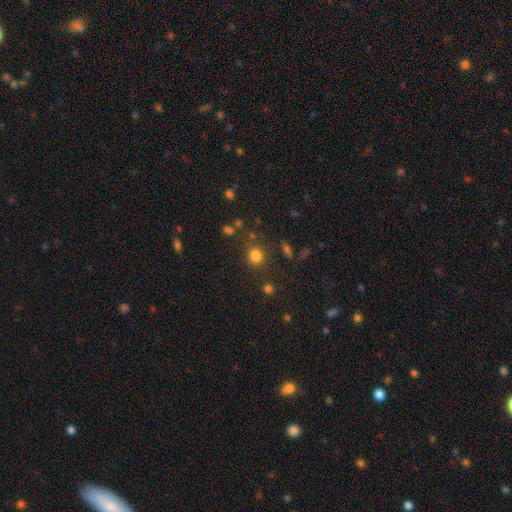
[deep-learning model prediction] smooth 79%, star or artifact 15%, featured or disk 6%. Down the decision tree: how rounded — round (83%); merging — none (79%).